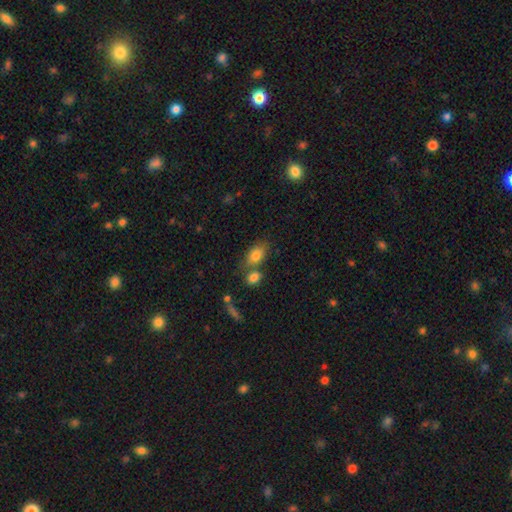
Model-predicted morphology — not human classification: The model was most divided on "merging": none: 50%, merger: 32%, minor disturbance: 13%, major disturbance: 5%. More confident: how rounded — in between (86%); smooth or featured — smooth (81%).